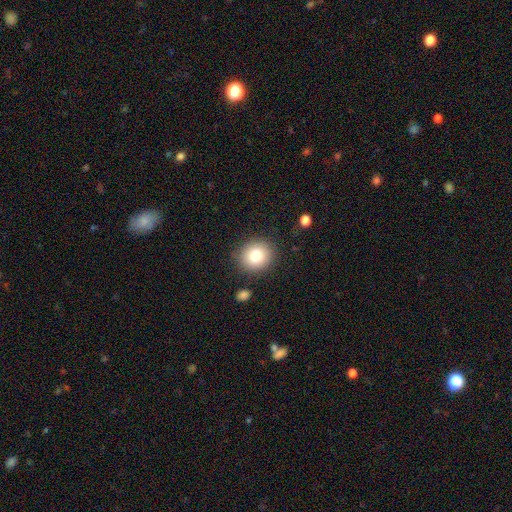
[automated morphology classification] Q: Smooth or featured?
A: smooth (79%); runner-up: star or artifact (11%)
Q: How rounded?
A: round (86%); runner-up: in between (13%)
Q: Merging?
A: none (87%); runner-up: minor disturbance (8%)